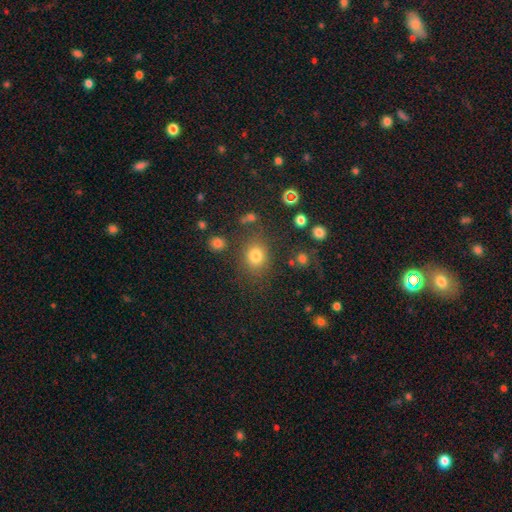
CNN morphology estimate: Smooth or featured: smooth — 77% (star or artifact — 16%)
How rounded: round — 68% (in between — 30%)
Merging: none — 78% (minor disturbance — 11%)